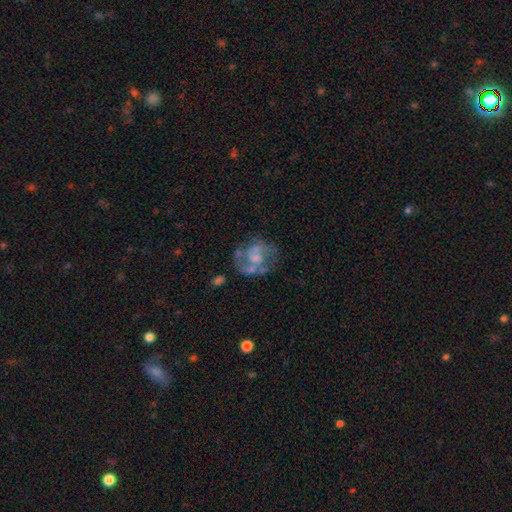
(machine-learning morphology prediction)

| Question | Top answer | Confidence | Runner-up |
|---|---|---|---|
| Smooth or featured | featured or disk | 69% | smooth (23%) |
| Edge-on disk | no | 98% | yes (2%) |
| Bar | no | 72% | weak (24%) |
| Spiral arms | yes | 61% | no (39%) |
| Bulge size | moderate | 33% | small (31%) |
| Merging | none | 48% | major disturbance (22%) |